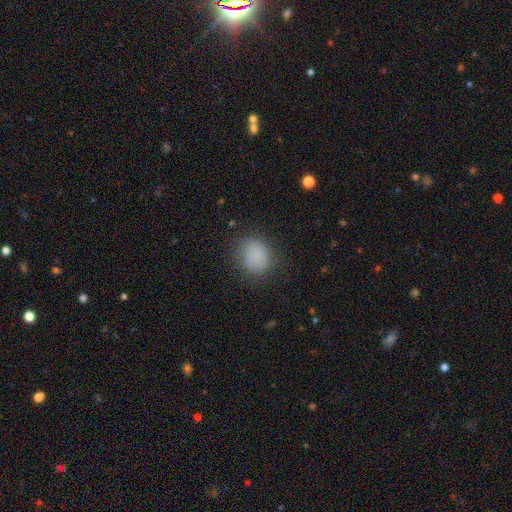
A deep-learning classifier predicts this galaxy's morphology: smooth-or-featured: smooth: 84% | star or artifact: 10% | featured or disk: 5%
  how-rounded: round: 71% | in between: 29% | cigar-shaped: 1%
  merging: none: 77% | minor disturbance: 15% | major disturbance: 6% | merger: 1%